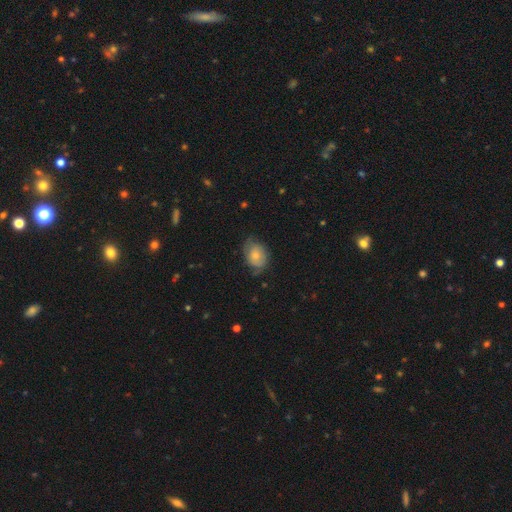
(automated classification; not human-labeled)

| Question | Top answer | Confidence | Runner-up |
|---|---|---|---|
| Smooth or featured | smooth | 60% | featured or disk (32%) |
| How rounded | in between | 68% | round (31%) |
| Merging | none | 56% | minor disturbance (31%) |